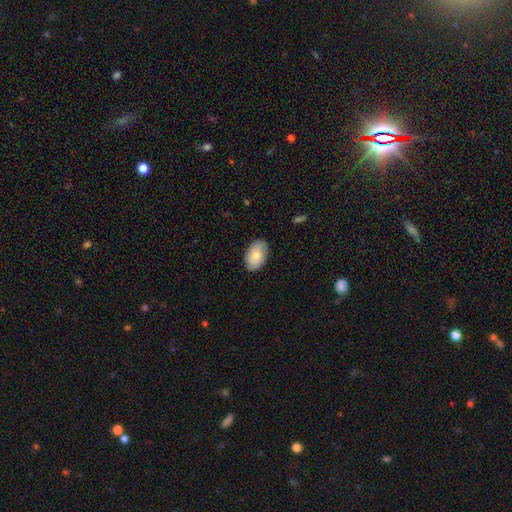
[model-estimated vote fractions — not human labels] This is likely a smooth galaxy (80%). How rounded: clearly in between (92%). Merging: clearly none (83%).